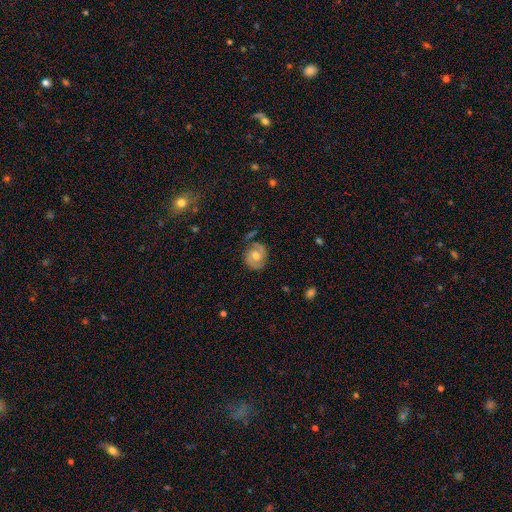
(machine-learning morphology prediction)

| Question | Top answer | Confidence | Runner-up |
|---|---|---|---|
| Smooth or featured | featured or disk | 73% | smooth (20%) |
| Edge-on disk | no | 98% | yes (2%) |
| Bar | no | 63% | weak (31%) |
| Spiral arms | yes | 91% | no (9%) |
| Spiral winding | tight | 45% | medium (43%) |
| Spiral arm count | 2 | 87% | can't tell (6%) |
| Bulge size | moderate | 74% | small (18%) |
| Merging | none | 77% | minor disturbance (16%) |